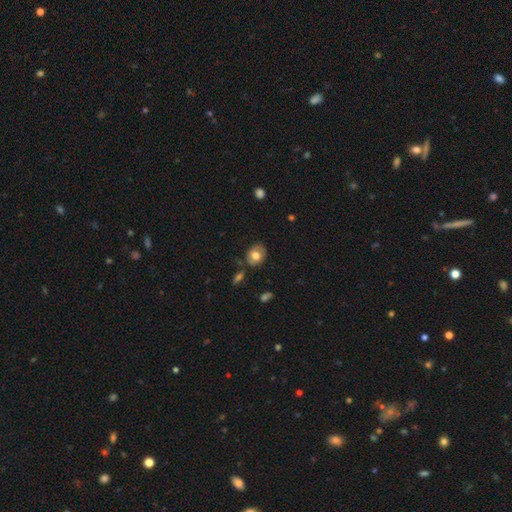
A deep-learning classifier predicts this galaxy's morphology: Overall: smooth (66%). How rounded: round (56%; in between 43%). Merging: none (70%).